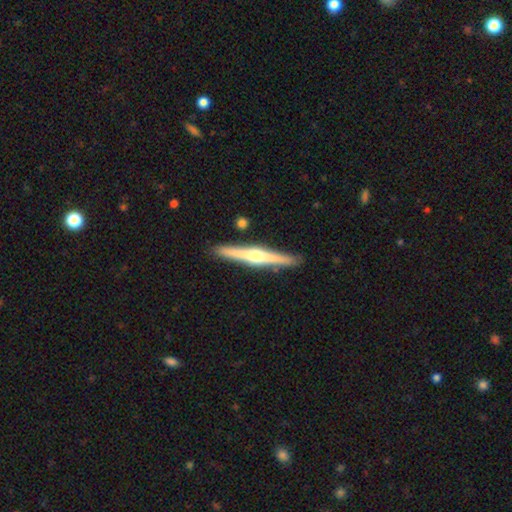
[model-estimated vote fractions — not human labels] smooth-or-featured: featured or disk: 72% | smooth: 23% | star or artifact: 5%
  disk-edge-on: yes: 98% | no: 2%
    edge-on-bulge: rounded: 91% | none: 5% | boxy: 4%
  merging: none: 90% | minor disturbance: 7% | merger: 2% | major disturbance: 1%